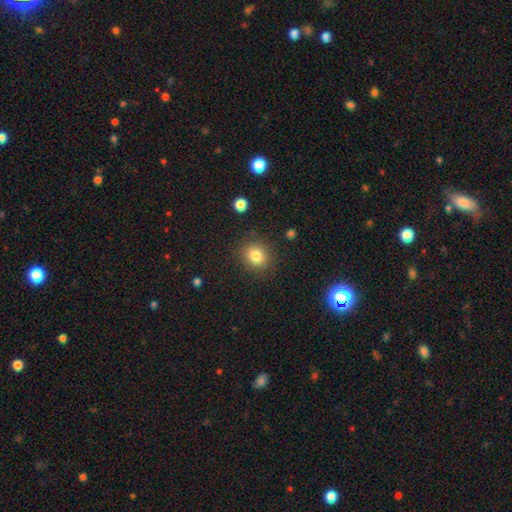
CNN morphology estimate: Smooth or featured: smooth — 82% (star or artifact — 11%)
How rounded: round — 76% (in between — 23%)
Merging: none — 86% (minor disturbance — 9%)